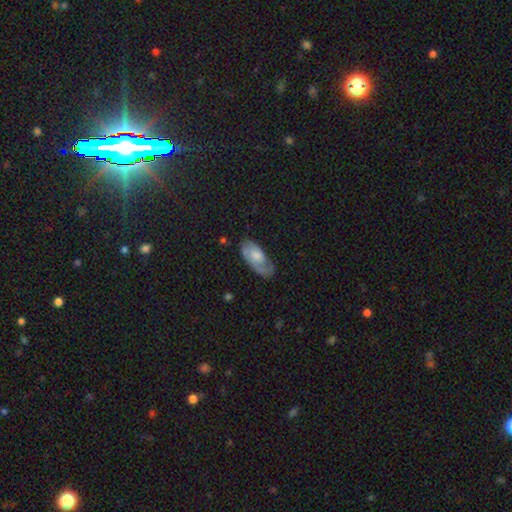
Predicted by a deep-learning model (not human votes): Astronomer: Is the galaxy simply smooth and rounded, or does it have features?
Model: smooth — 50% (runner-up: featured or disk, 43%).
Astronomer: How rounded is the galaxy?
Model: in between — 90%.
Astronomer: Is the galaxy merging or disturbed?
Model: none — 61%.